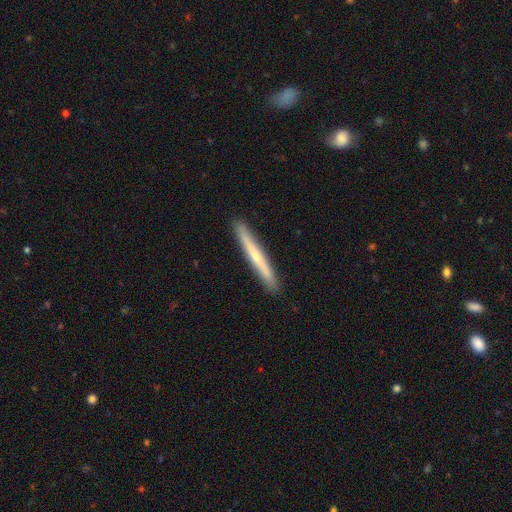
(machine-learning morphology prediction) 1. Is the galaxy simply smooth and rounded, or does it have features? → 50% featured or disk, 45% smooth, 5% star or artifact.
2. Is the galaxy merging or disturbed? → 92% none, 6% minor disturbance, 1% major disturbance, 1% merger.